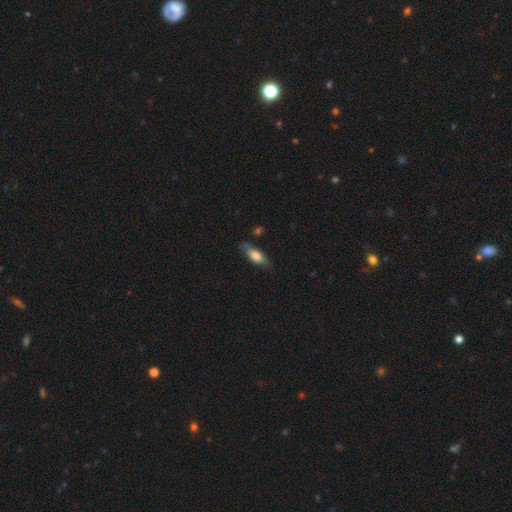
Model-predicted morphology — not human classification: Smooth or featured? smooth (69%)
How rounded? in between (72%)
Merging? none (68%)